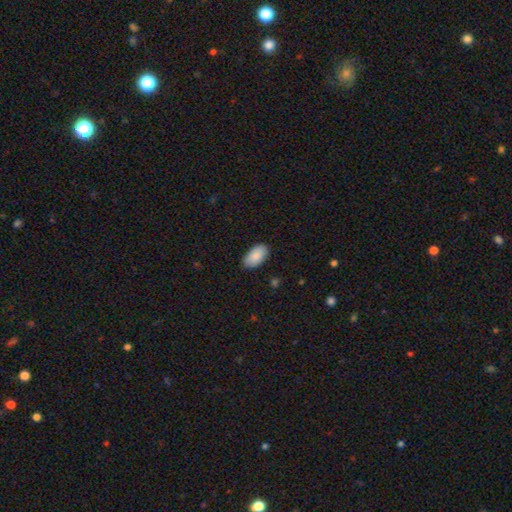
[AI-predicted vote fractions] This is clearly a smooth galaxy (88%). How rounded: clearly in between (95%). Merging: clearly none (86%).